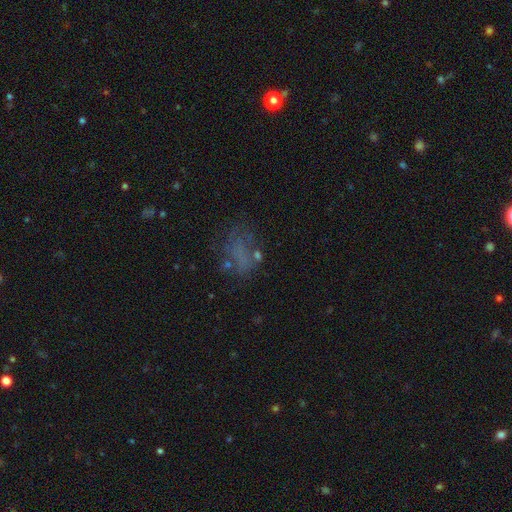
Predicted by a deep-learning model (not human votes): Smooth or featured: smooth — 45% (featured or disk — 32%)
Merging: none — 44% (major disturbance — 28%)